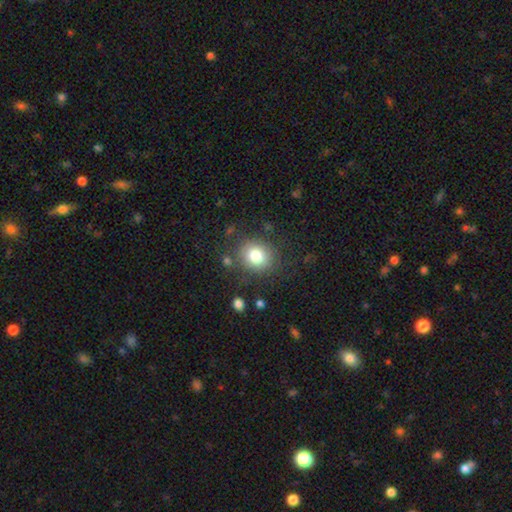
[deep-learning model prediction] smooth-or-featured: smooth: 79% | star or artifact: 11% | featured or disk: 10%
  how-rounded: round: 72% | in between: 27% | cigar-shaped: 1%
  merging: none: 82% | minor disturbance: 10% | major disturbance: 5% | merger: 3%